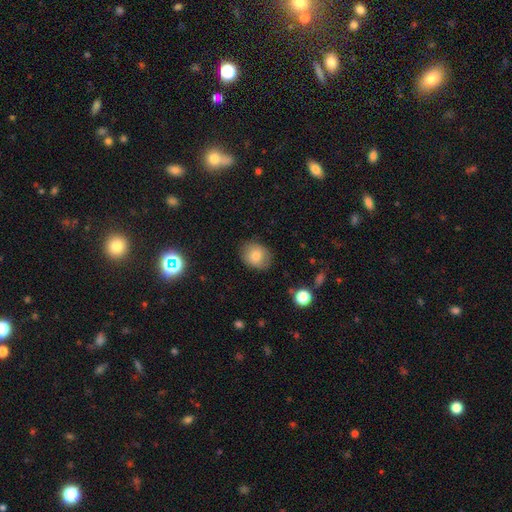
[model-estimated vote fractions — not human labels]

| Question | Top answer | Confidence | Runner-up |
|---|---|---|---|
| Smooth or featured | smooth | 77% | featured or disk (13%) |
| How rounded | round | 59% | in between (40%) |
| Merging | none | 81% | minor disturbance (14%) |